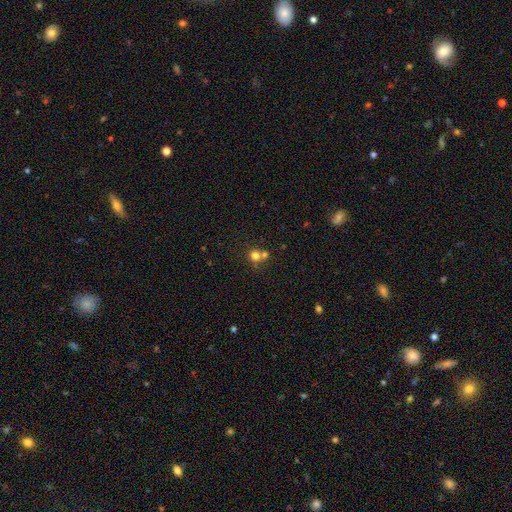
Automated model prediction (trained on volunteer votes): smooth 75%, star or artifact 15%, featured or disk 10%. Down the decision tree: how rounded — round (88%); merging — none (50%).